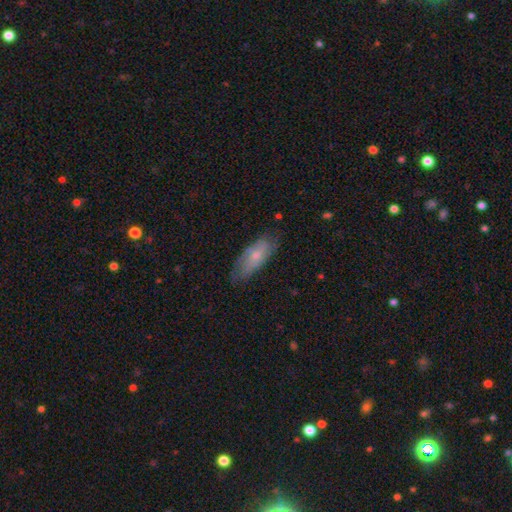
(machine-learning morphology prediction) This is possibly a smooth galaxy (57%). How rounded: likely in between (73%). Merging: likely none (69%).